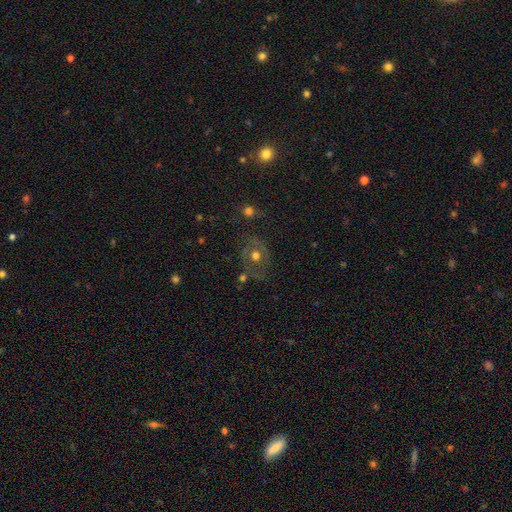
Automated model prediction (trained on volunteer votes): A featured or disk galaxy (45%).

Vote fractions:
- Smooth or featured? featured or disk: 45% / smooth: 42% / star or artifact: 13%
- Merging? none: 65% / minor disturbance: 18% / major disturbance: 10% / merger: 6%